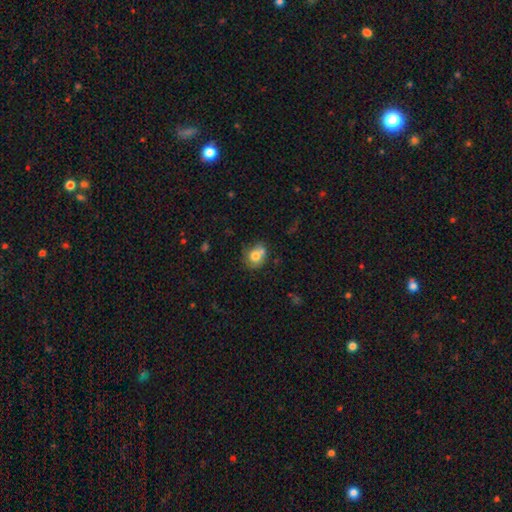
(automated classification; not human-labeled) Smooth or featured? Predicted: smooth (p=0.75). How rounded? Predicted: round (p=0.69). Merging? Predicted: none (p=0.46).